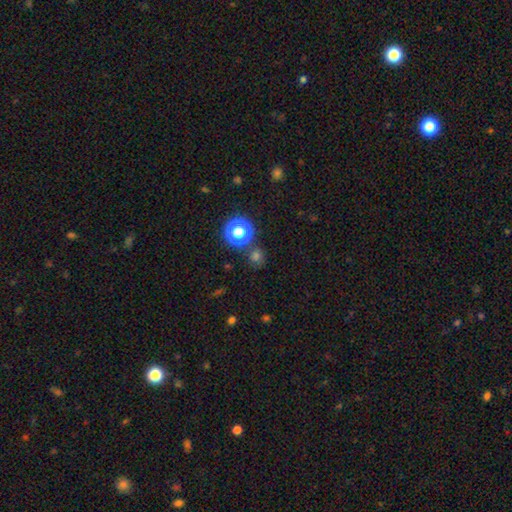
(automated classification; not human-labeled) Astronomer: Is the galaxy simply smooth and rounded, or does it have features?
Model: smooth — 62%.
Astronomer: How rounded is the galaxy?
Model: round — 89%.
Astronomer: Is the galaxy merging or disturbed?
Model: none — 80%.